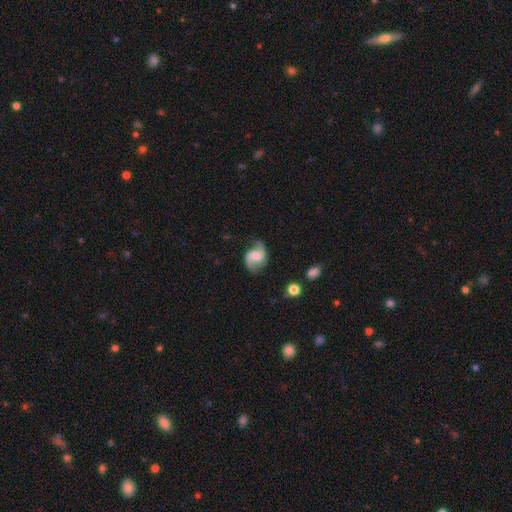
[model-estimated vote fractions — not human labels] Morphology: type=featured or disk (85%); edge-on=no (98%); bar=no (47%); spiral arms=yes (97%); winding=medium (46%); arm count=2 (93%); bulge=moderate (46%); merging=none (76%).